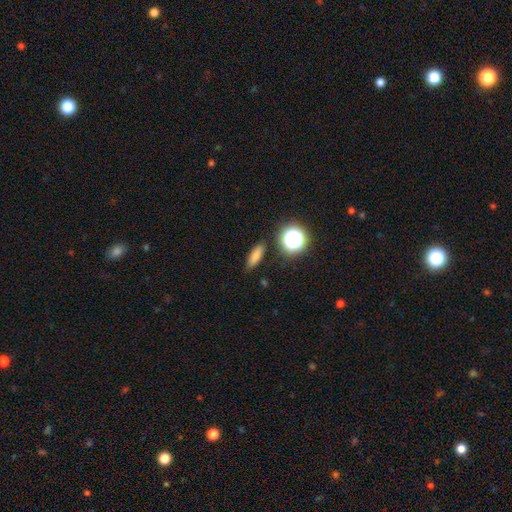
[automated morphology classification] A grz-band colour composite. It shows a smooth galaxy with no disk features (75%) that is in between round and cigar-shaped (49%). Merging: none (84%).